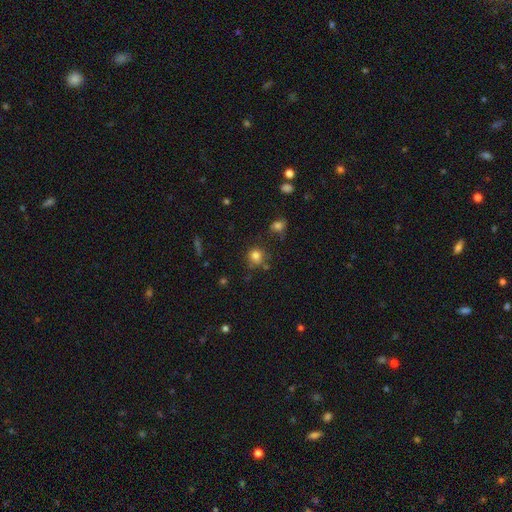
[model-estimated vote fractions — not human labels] Smooth or featured?
  - smooth: 79% *
  - star or artifact: 14%
  - featured or disk: 7%
How rounded?
  - round: 84% *
  - in between: 15%
  - cigar-shaped: 1%
Merging?
  - none: 69% *
  - minor disturbance: 17%
  - merger: 10%
  - major disturbance: 5%